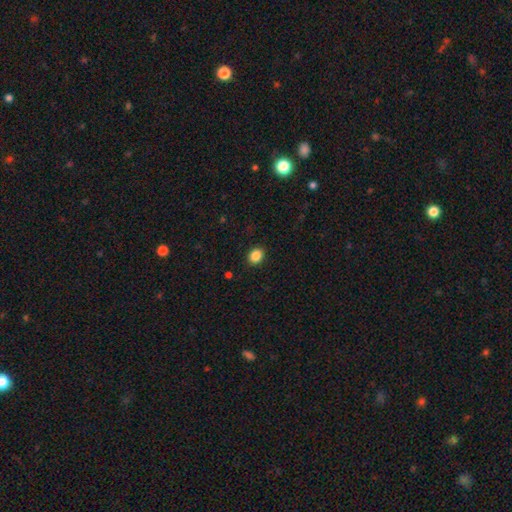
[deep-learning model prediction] Smooth or featured? Predicted: smooth (p=0.87). How rounded? Predicted: in between (p=0.50). Merging? Predicted: none (p=0.89).